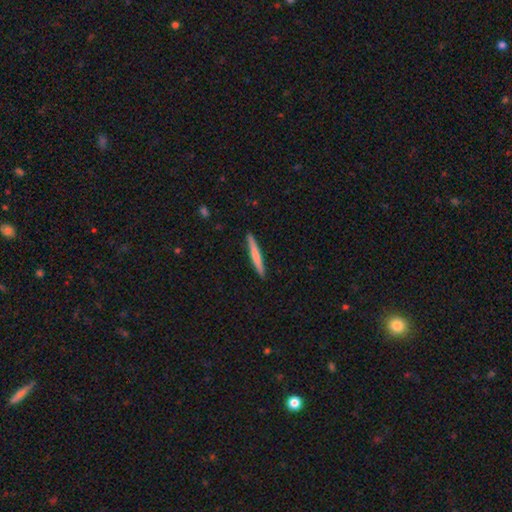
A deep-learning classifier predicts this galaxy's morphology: A smooth galaxy with no disk features (68%) that is cigar-shaped (96%). Merging: none (91%).